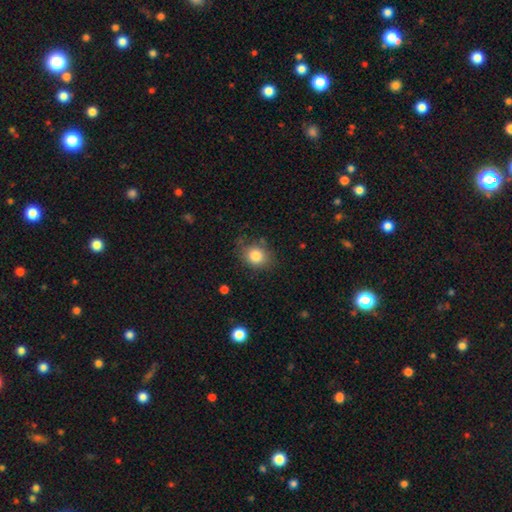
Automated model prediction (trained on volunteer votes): Smooth or featured: smooth — 82% (star or artifact — 9%)
How rounded: round — 58% (in between — 41%)
Merging: none — 73% (minor disturbance — 19%)